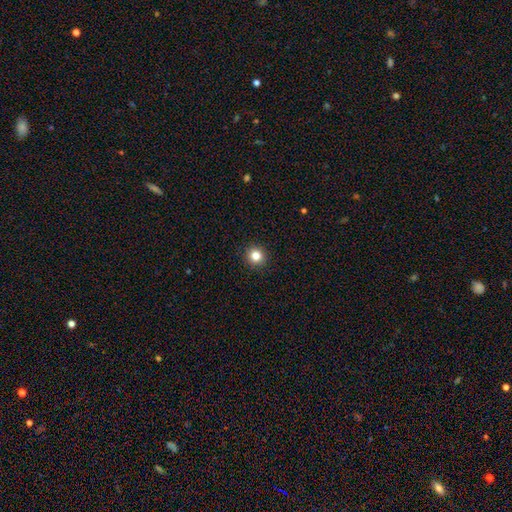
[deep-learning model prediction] The model was most divided on "smooth or featured": smooth: 82%, star or artifact: 12%, featured or disk: 6%. More confident: how rounded — round (94%); merging — none (93%).